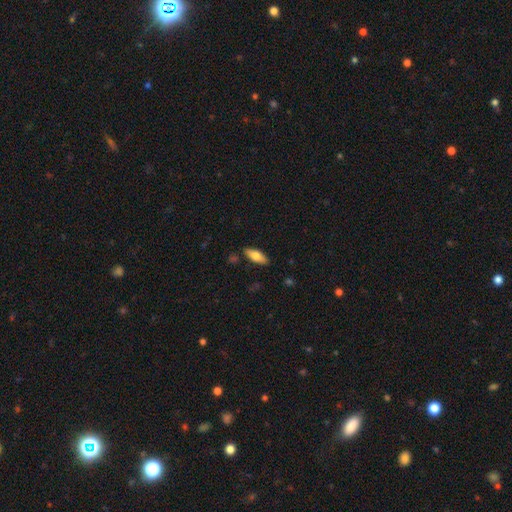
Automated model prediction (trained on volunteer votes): A smooth galaxy with no disk features (73%) that is in between round and cigar-shaped (74%).

Vote fractions:
- Smooth or featured? smooth: 73% / featured or disk: 21% / star or artifact: 6%
- How rounded? in between: 74% / cigar-shaped: 24% / round: 2%
- Merging? none: 85% / minor disturbance: 11% / major disturbance: 2% / merger: 2%